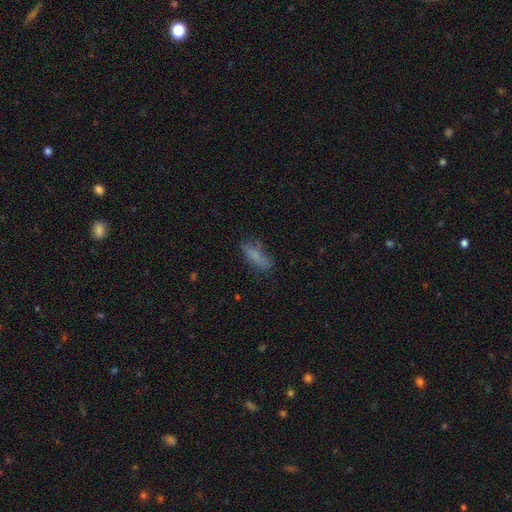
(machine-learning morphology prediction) A smooth galaxy with no disk features (75%) that is in between round and cigar-shaped (49%, tied with cigar-shaped).

Vote fractions:
- Smooth or featured? smooth: 75% / featured or disk: 15% / star or artifact: 10%
- How rounded? in between: 49% (tied) / cigar-shaped: 49% (tied) / round: 2%
- Merging? none: 64% / minor disturbance: 23% / major disturbance: 9% / merger: 3%